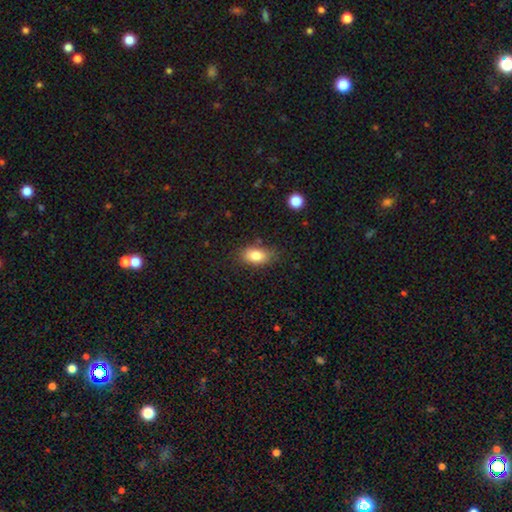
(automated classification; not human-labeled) Morphology: type=smooth (83%); roundness=in between (89%); merging=none (79%).